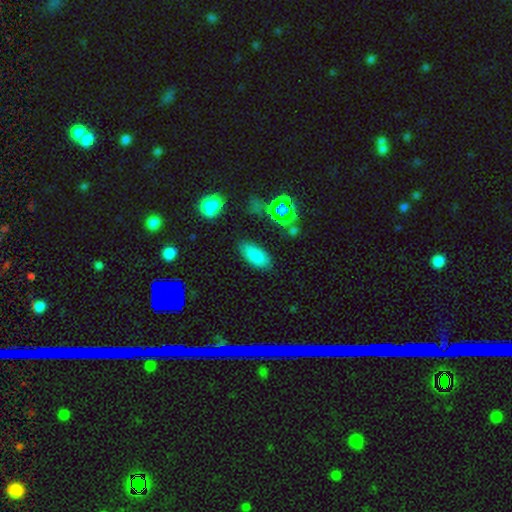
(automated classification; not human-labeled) Smooth or featured? Predicted: smooth (p=0.82). How rounded? Predicted: in between (p=0.88). Merging? Predicted: none (p=0.80).